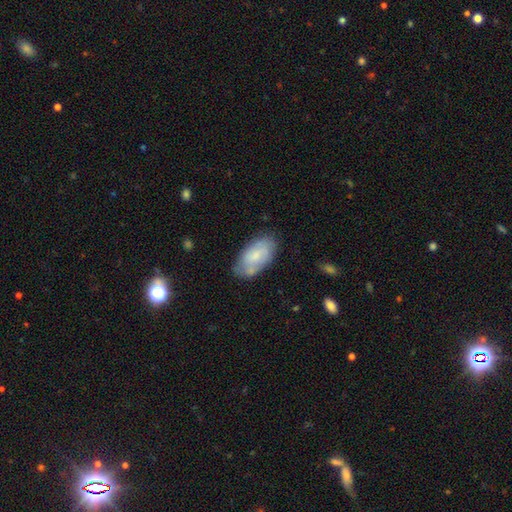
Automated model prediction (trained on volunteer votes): Smooth or featured? Predicted: smooth (p=0.61). How rounded? Predicted: in between (p=0.94). Merging? Predicted: none (p=0.68).